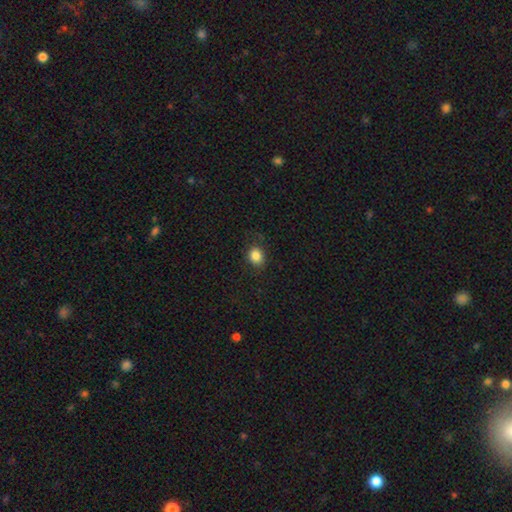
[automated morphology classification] This appears to be a smooth galaxy with no disk features (85%) that is round (59%). Merging: none (83%).